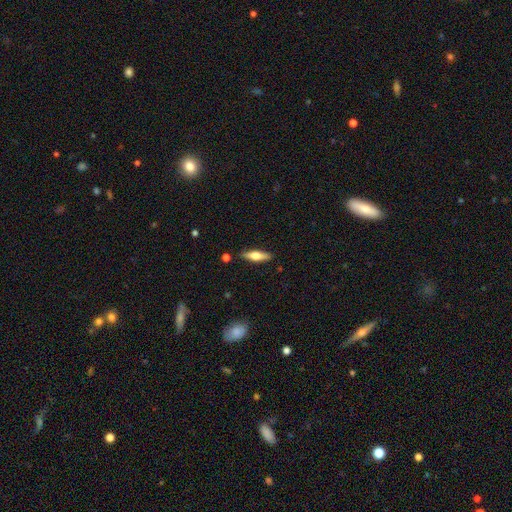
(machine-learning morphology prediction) smooth 48%, featured or disk 46%, star or artifact 6%. Down the decision tree: merging — none (86%).